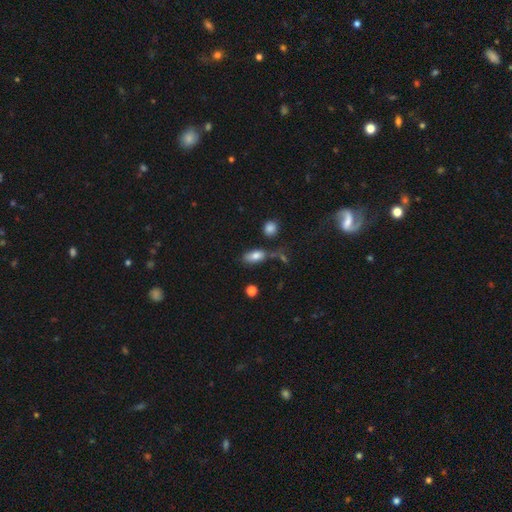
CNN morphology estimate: This appears to be a smooth galaxy with no disk features (79%) that is in between round and cigar-shaped (86%). Merging: none (67%).